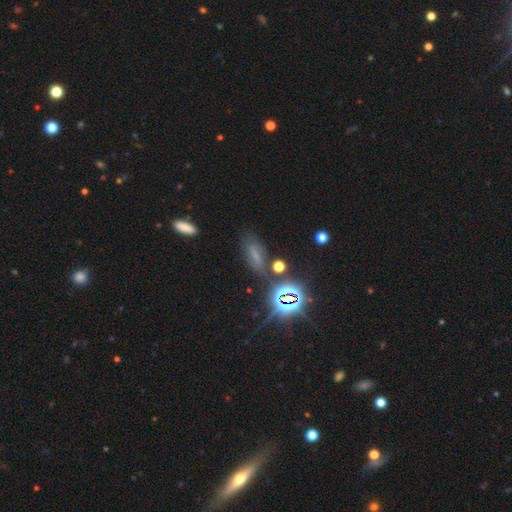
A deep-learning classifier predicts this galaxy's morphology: smooth_or_featured: smooth (p=0.43) [alt: star or artifact p=0.37]
merging: none (p=0.66) [alt: minor disturbance p=0.19]